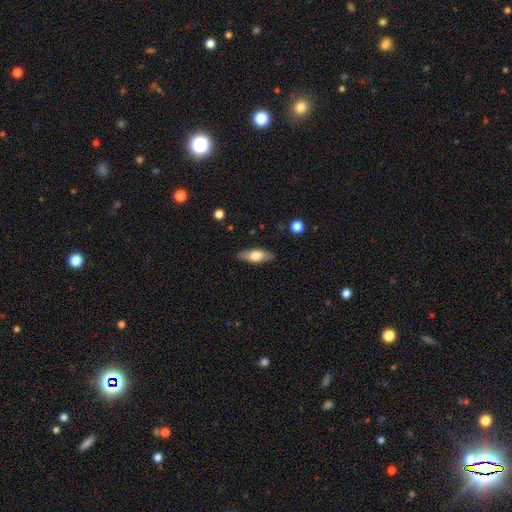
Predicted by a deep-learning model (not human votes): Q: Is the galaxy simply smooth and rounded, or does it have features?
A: smooth — 64%.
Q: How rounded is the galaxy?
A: in between — 67%.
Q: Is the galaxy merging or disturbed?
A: none — 86%.